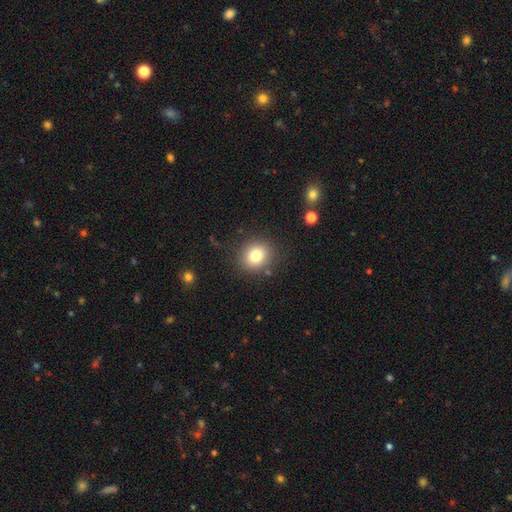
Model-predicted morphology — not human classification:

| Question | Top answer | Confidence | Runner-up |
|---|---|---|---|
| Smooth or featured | smooth | 79% | star or artifact (11%) |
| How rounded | round | 79% | in between (20%) |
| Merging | none | 85% | minor disturbance (9%) |